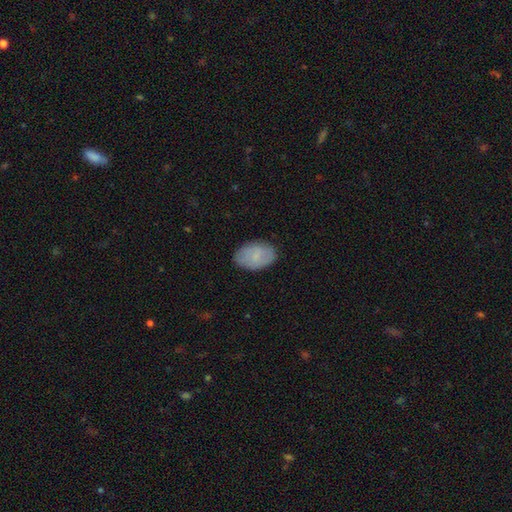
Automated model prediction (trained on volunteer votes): This appears to be a smooth galaxy with no disk features (76%) that is in between round and cigar-shaped (89%). Merging: none (83%).